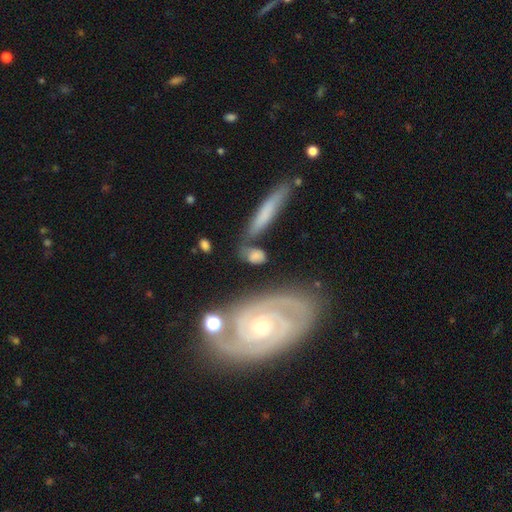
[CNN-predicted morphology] Overall: smooth (68%). How rounded: in between (64%). Merging: none (52%; minor disturbance 20%).